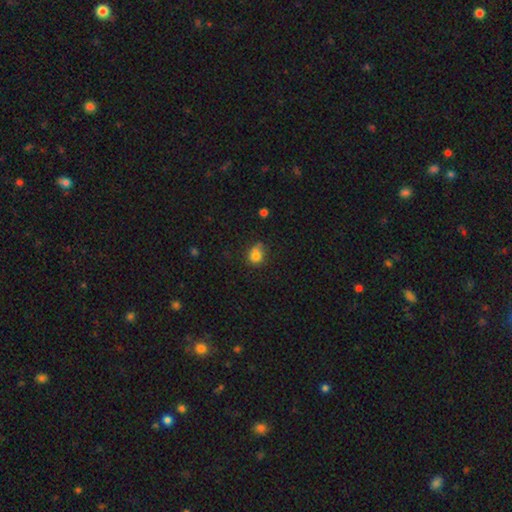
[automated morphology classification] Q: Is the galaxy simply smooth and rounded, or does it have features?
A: smooth — 77%.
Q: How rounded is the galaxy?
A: round — 72%.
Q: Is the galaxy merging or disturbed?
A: none — 50%.